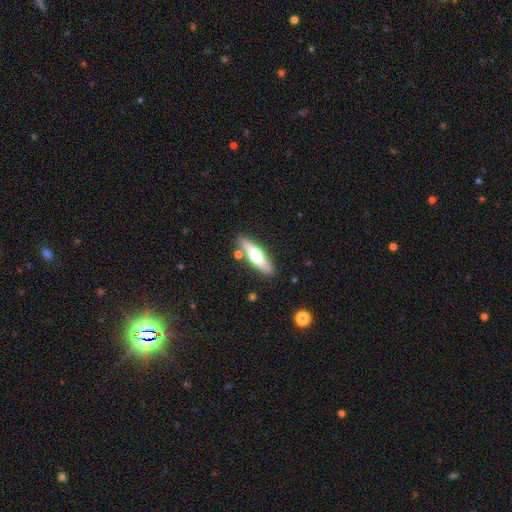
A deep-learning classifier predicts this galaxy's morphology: Smooth or featured? smooth (47%, tied with featured or disk)
Merging? none (83%)